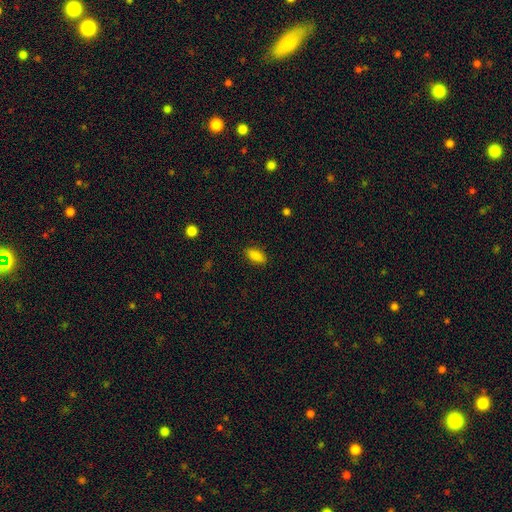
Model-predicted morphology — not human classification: smooth-or-featured: smooth: 85% | star or artifact: 9% | featured or disk: 6%
  how-rounded: in between: 88% | cigar-shaped: 9% | round: 3%
  merging: none: 87% | minor disturbance: 9% | major disturbance: 2% | merger: 1%